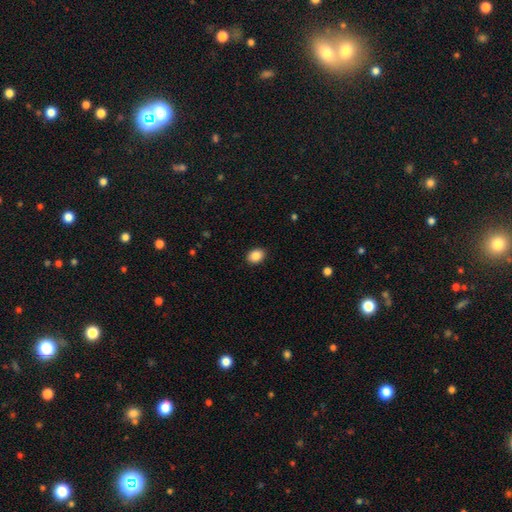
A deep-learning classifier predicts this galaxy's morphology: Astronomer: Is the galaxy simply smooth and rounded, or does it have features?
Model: smooth — 88%.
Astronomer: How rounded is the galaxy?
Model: in between — 67%.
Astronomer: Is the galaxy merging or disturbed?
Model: none — 90%.